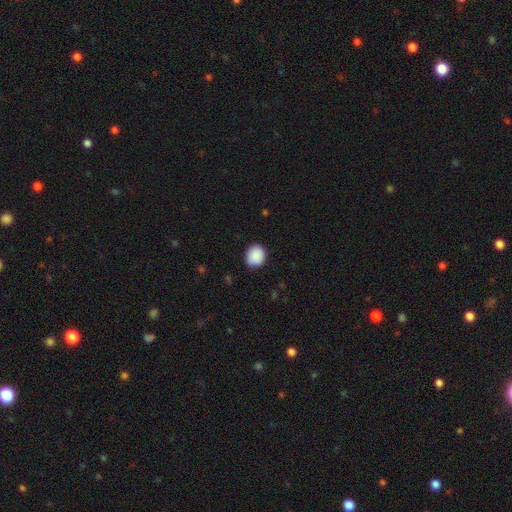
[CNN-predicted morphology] Smooth or featured? Predicted: smooth (p=0.90). How rounded? Predicted: round (p=0.76). Merging? Predicted: none (p=0.86).